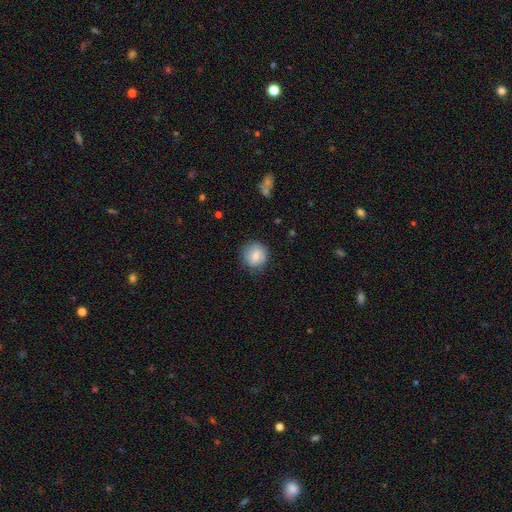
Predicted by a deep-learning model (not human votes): Smooth or featured? Predicted: smooth (p=0.77). How rounded? Predicted: round (p=0.89). Merging? Predicted: none (p=0.82).